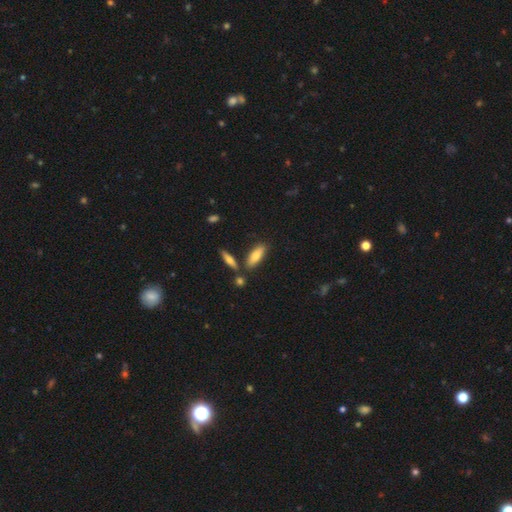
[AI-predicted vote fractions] The model was most divided on "how rounded": in between: 61%, cigar-shaped: 37%, round: 2%. More confident: smooth or featured — smooth (78%); merging — none (74%).